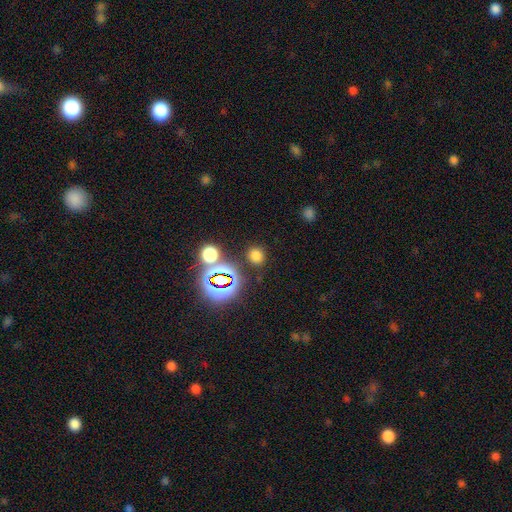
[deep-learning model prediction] Q: Smooth or featured?
A: smooth (68%); runner-up: star or artifact (26%)
Q: How rounded?
A: round (73%); runner-up: in between (26%)
Q: Merging?
A: none (84%); runner-up: minor disturbance (9%)